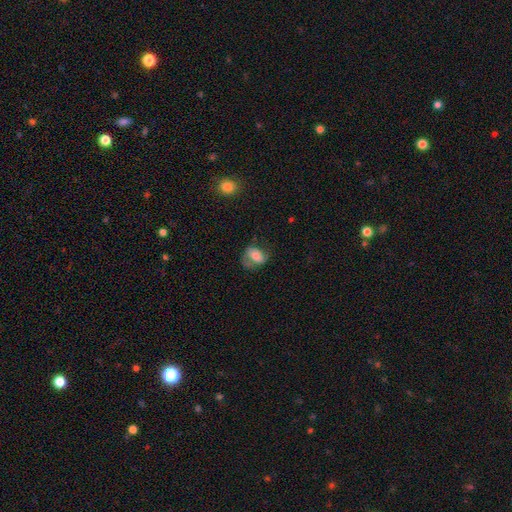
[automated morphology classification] Smooth or featured: smooth — 55% (featured or disk — 37%)
How rounded: in between — 74% (round — 24%)
Merging: none — 47% (minor disturbance — 27%)